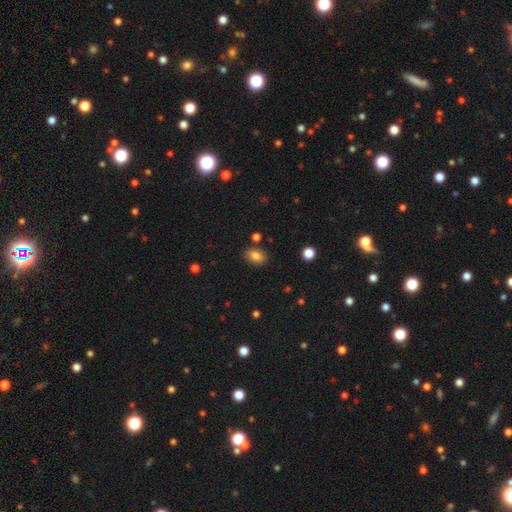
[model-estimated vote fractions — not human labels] Morphology: type=smooth (81%); roundness=in between (76%); merging=none (84%).